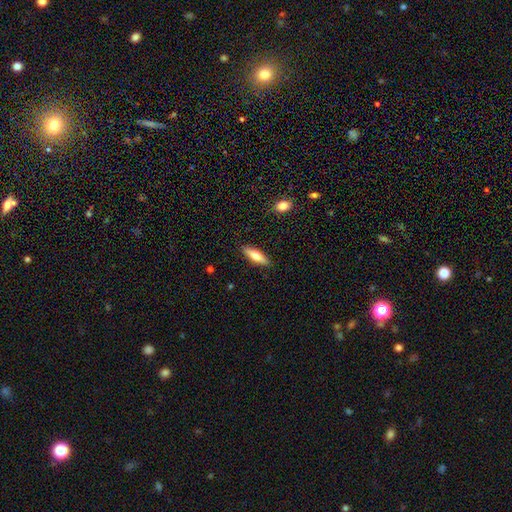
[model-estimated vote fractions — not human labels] This appears to be a smooth galaxy with no disk features (66%) that is cigar-shaped (57%). Merging: none (88%).